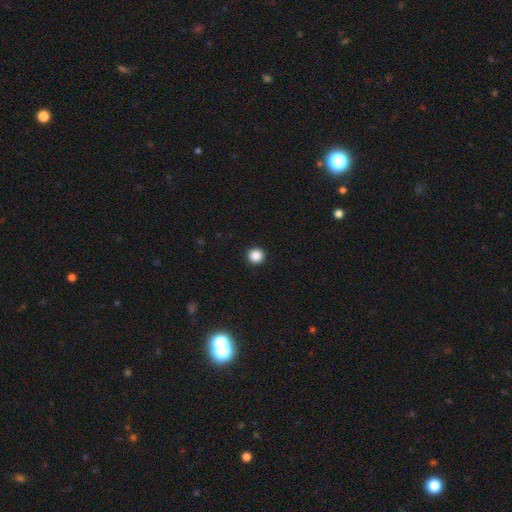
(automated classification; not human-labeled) A smooth galaxy with no disk features (88%) that is round (96%).

Vote fractions:
- Smooth or featured? smooth: 88% / star or artifact: 10% / featured or disk: 2%
- How rounded? round: 96% / in between: 3% / cigar-shaped: 1%
- Merging? none: 94% / minor disturbance: 4% / major disturbance: 1% / merger: 1%